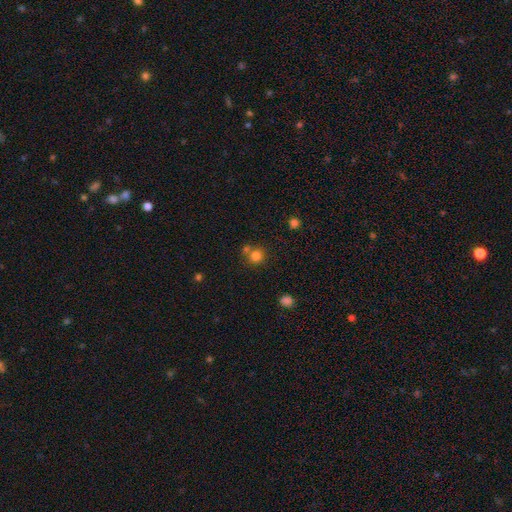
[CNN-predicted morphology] Smooth or featured?
  - smooth: 80% *
  - star or artifact: 14%
  - featured or disk: 7%
How rounded?
  - round: 91% *
  - in between: 8%
  - cigar-shaped: 1%
Merging?
  - none: 67% *
  - merger: 22%
  - minor disturbance: 8%
  - major disturbance: 3%